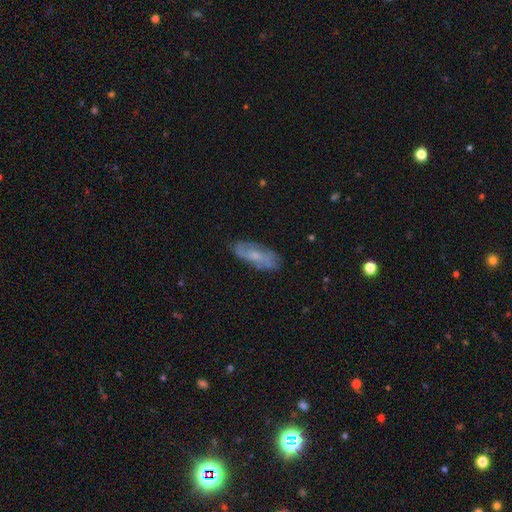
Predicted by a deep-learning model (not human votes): This appears to be a featured or disk galaxy (53%). Merging: none (77%).